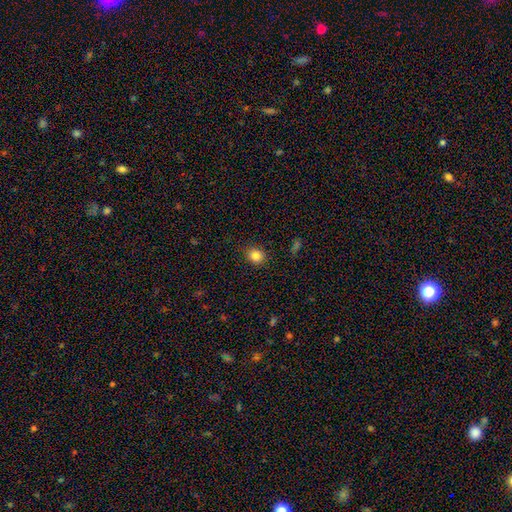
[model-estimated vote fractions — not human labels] Morphology: type=smooth (83%); roundness=round (77%); merging=none (89%).